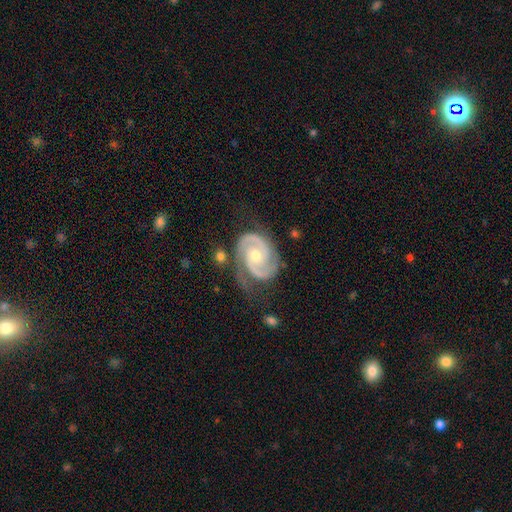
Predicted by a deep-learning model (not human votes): Smooth or featured: featured or disk — 93% (star or artifact — 4%)
Edge-on disk: no — 98% (yes — 2%)
Bar: no — 63% (weak — 28%)
Spiral arms: yes — 99% (no — 1%)
Spiral winding: tight — 58% (medium — 37%)
Spiral arm count: 2 — 90% (3 — 4%)
Bulge size: moderate — 62% (small — 34%)
Merging: none — 69% (minor disturbance — 21%)